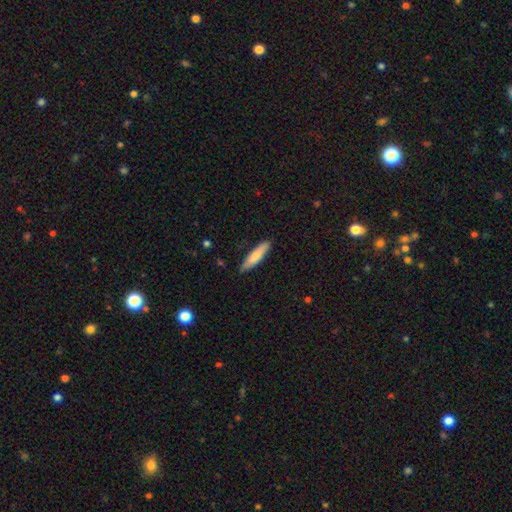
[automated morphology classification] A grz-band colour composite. It shows a smooth galaxy with no disk features (78%) that is cigar-shaped (76%). Merging: none (85%).